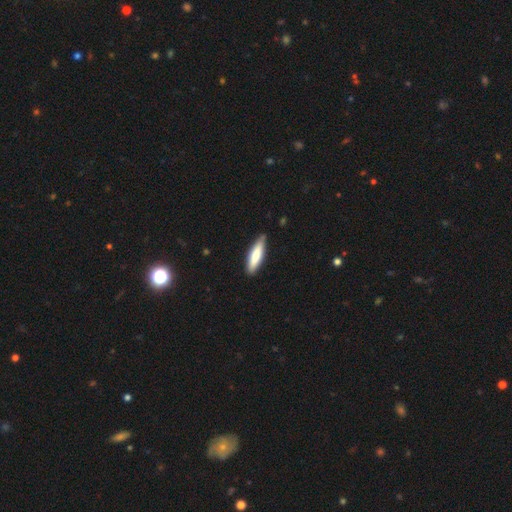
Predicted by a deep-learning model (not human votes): Smooth or featured: smooth — 72% (featured or disk — 23%)
How rounded: cigar-shaped — 69% (in between — 30%)
Merging: none — 83% (minor disturbance — 14%)